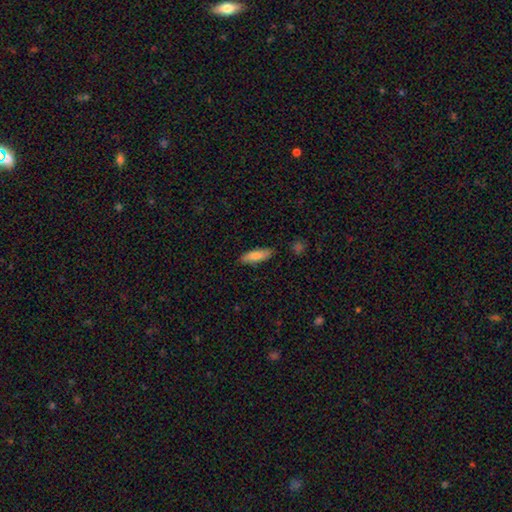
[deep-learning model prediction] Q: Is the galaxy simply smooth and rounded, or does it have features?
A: smooth — 84%.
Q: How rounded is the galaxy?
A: in between — 52%.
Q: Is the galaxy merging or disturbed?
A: none — 84%.